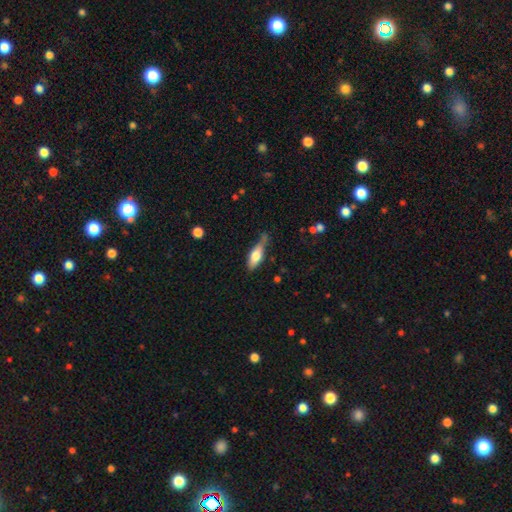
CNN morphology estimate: smooth-or-featured: smooth: 65% | featured or disk: 29% | star or artifact: 6%
  how-rounded: in between: 57% | cigar-shaped: 40% | round: 3%
  merging: none: 53% | minor disturbance: 32% | major disturbance: 9% | merger: 6%